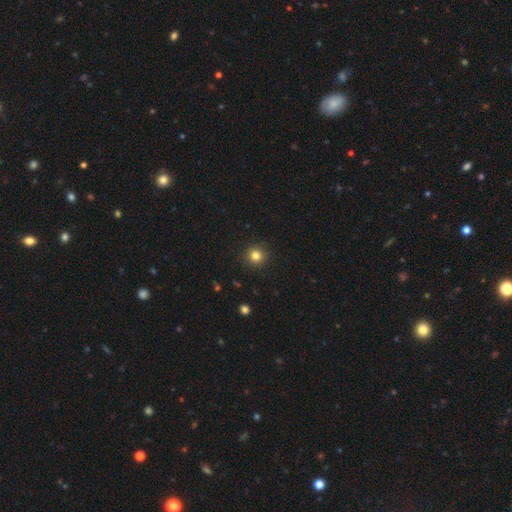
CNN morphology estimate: A smooth galaxy with no disk features (82%) that is round (94%). Merging: none (92%).